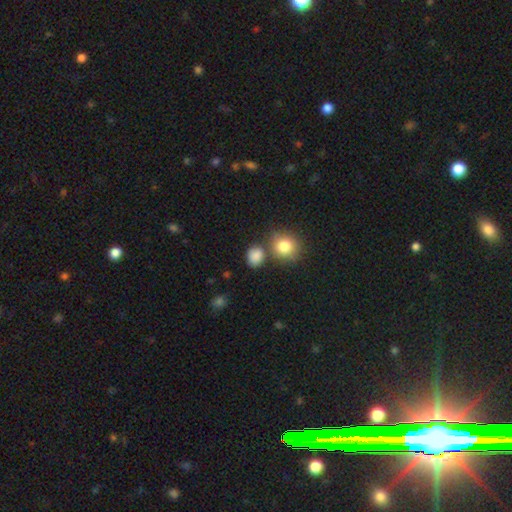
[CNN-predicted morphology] A smooth galaxy with no disk features (85%) that is round (63%). Merging: none (67%).